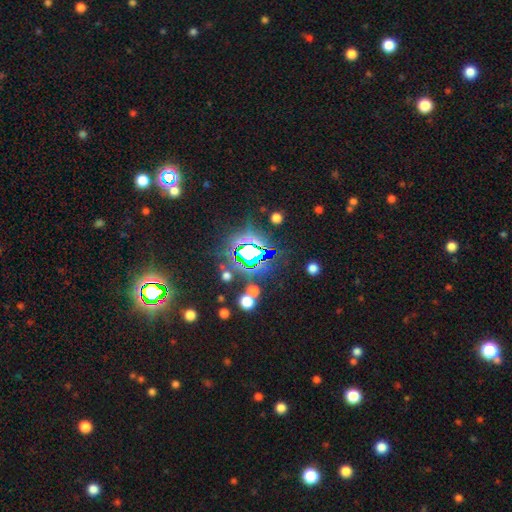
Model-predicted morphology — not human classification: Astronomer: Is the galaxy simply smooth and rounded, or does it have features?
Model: star or artifact — 72%.